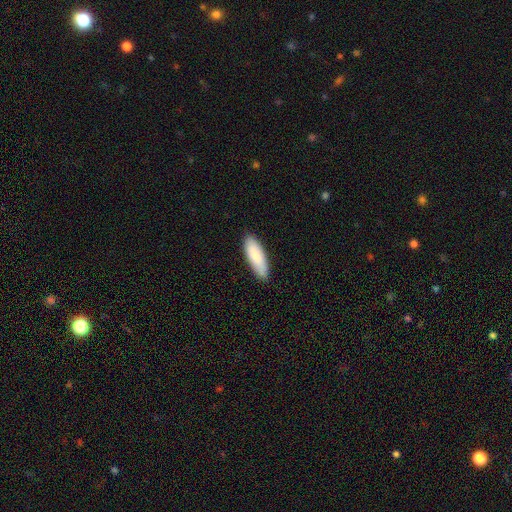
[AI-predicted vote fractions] A smooth galaxy with no disk features (86%) that is in between round and cigar-shaped (57%).

Vote fractions:
- Smooth or featured? smooth: 86% / featured or disk: 9% / star or artifact: 5%
- How rounded? in between: 57% / cigar-shaped: 42% / round: 1%
- Merging? none: 88% / minor disturbance: 9% / major disturbance: 2% / merger: 1%